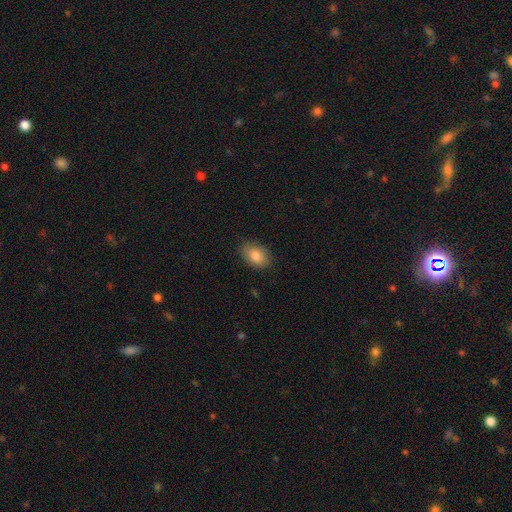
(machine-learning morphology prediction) Smooth or featured: smooth — 84% (featured or disk — 9%)
How rounded: in between — 82% (round — 17%)
Merging: none — 84% (minor disturbance — 13%)